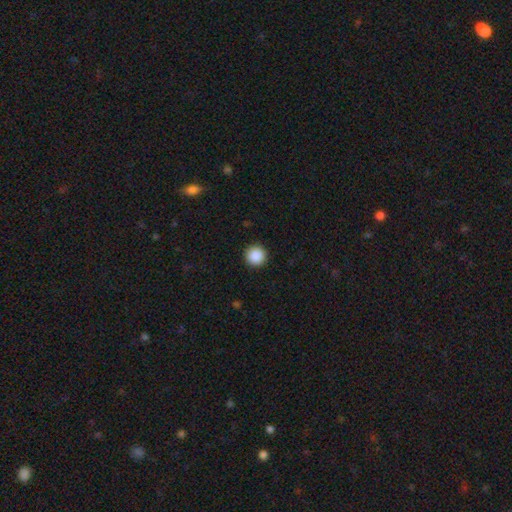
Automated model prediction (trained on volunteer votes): A smooth galaxy with no disk features (88%) that is round (96%).

Vote fractions:
- Smooth or featured? smooth: 88% / star or artifact: 9% / featured or disk: 3%
- How rounded? round: 96% / in between: 3% / cigar-shaped: 1%
- Merging? none: 93% / minor disturbance: 4% / major disturbance: 2% / merger: 1%